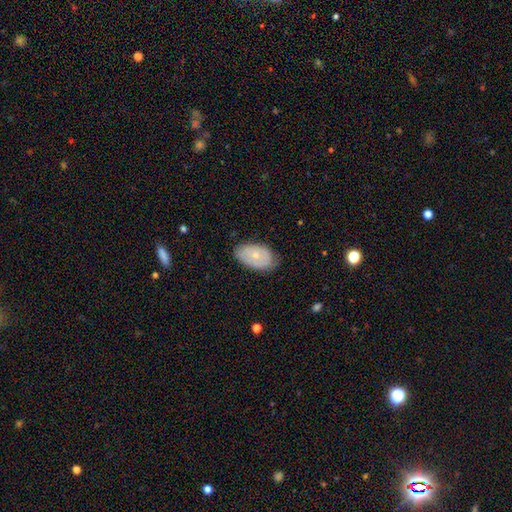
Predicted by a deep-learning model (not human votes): A smooth galaxy with no disk features (55%) that is in between round and cigar-shaped (92%).

Vote fractions:
- Smooth or featured? smooth: 55% / featured or disk: 38% / star or artifact: 6%
- How rounded? in between: 92% / round: 7% / cigar-shaped: 2%
- Merging? none: 69% / minor disturbance: 25% / major disturbance: 5% / merger: 1%